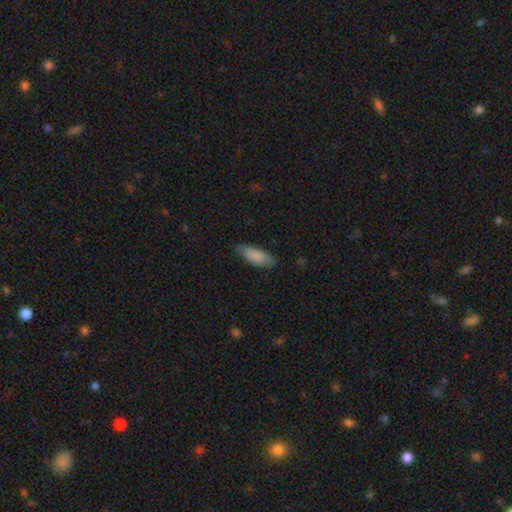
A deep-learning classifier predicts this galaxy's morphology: Smooth or featured?
  - smooth: 86% *
  - featured or disk: 8%
  - star or artifact: 6%
How rounded?
  - in between: 76% *
  - cigar-shaped: 22%
  - round: 2%
Merging?
  - none: 76% *
  - minor disturbance: 19%
  - major disturbance: 4%
  - merger: 1%